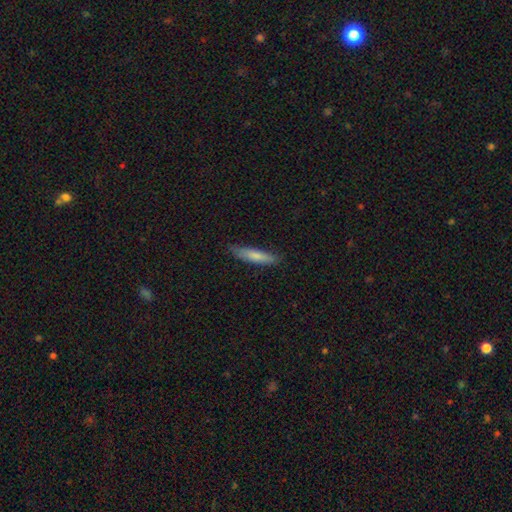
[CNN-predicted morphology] Overall: smooth (77%). How rounded: cigar-shaped (82%). Merging: none (82%).